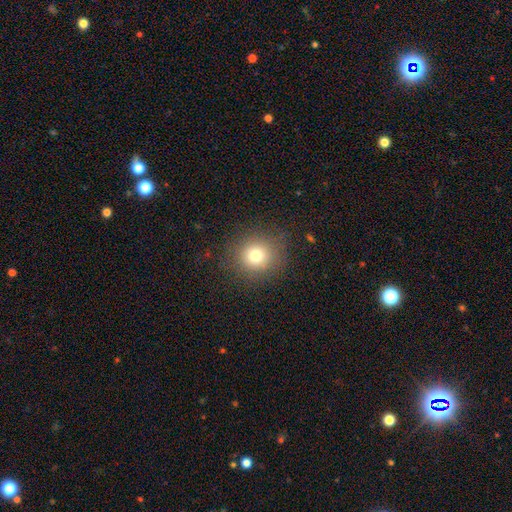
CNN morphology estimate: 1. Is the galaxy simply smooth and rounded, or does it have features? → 75% smooth, 15% star or artifact, 10% featured or disk.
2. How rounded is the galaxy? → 89% round, 10% in between, 1% cigar-shaped.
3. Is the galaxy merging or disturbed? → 86% none, 9% minor disturbance, 4% major disturbance, 1% merger.